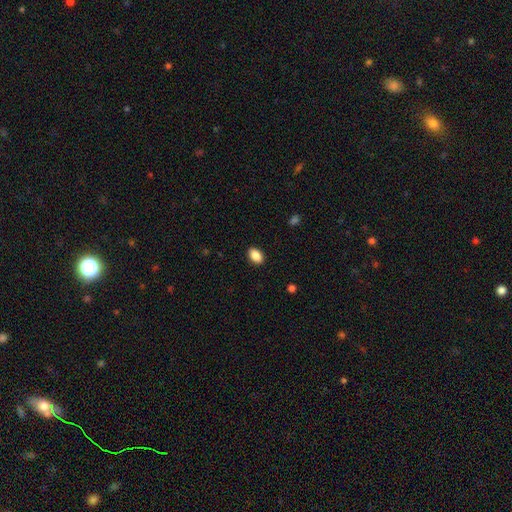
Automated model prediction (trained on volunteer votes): A smooth galaxy with no disk features (88%) that is in between round and cigar-shaped (90%). Merging: none (89%).